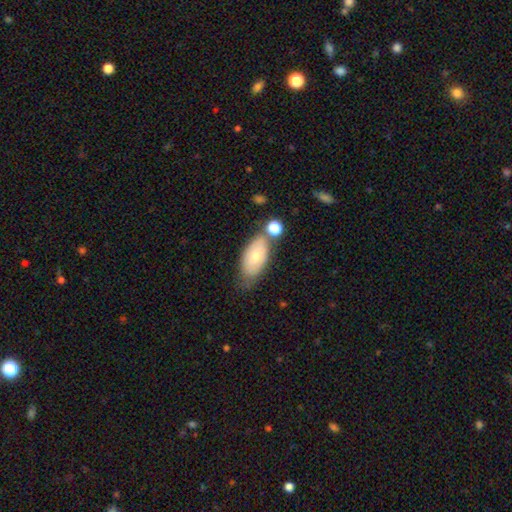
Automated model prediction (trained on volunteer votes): A smooth galaxy with no disk features (65%) that is in between round and cigar-shaped (90%). Merging: none (52%).